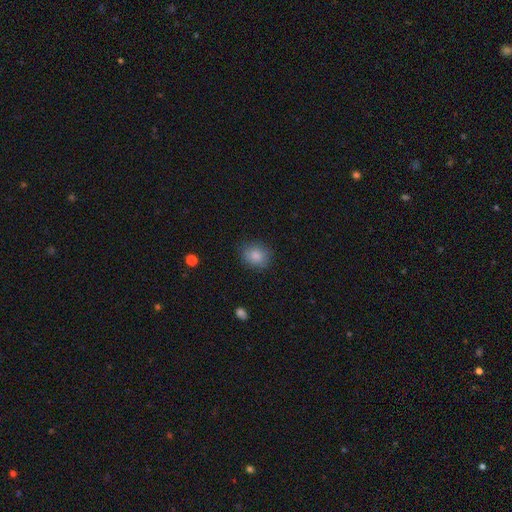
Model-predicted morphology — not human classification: This appears to be a smooth galaxy with no disk features (84%) that is round (62%). Merging: none (84%).